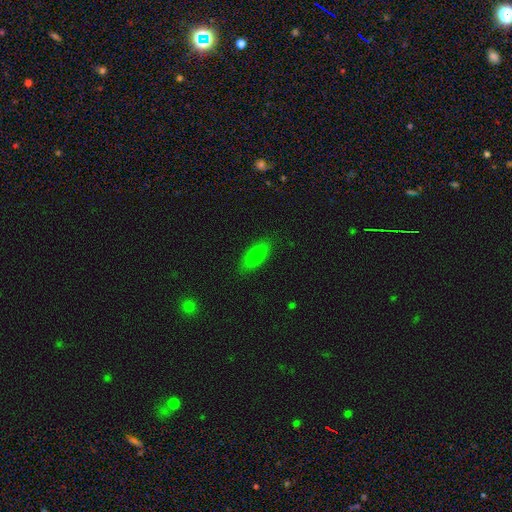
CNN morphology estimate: type=smooth (83%); roundness=in between (73%); merging=none (85%).